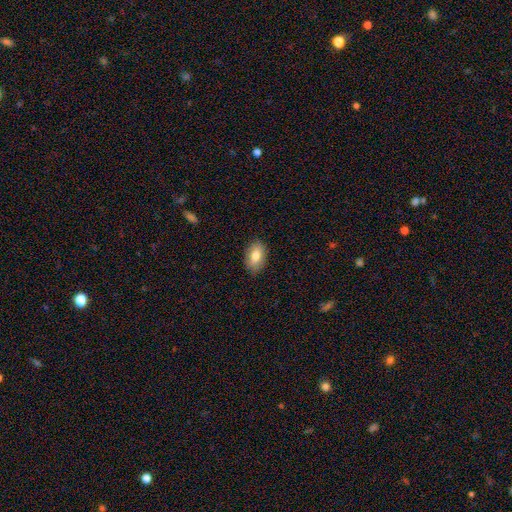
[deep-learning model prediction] This is likely a smooth galaxy (79%). How rounded: clearly in between (89%). Merging: clearly none (87%).